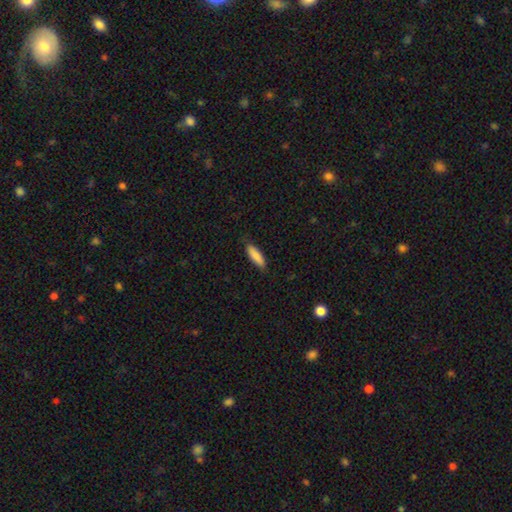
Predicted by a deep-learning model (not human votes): The model was most divided on "how rounded": cigar-shaped: 54%, in between: 45%, round: 1%. More confident: smooth or featured — smooth (87%); merging — none (83%).